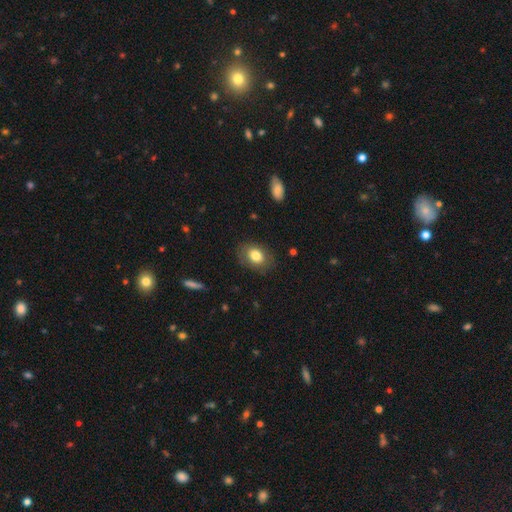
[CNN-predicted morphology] Q: Smooth or featured?
A: smooth (79%); runner-up: featured or disk (12%)
Q: How rounded?
A: in between (71%); runner-up: round (28%)
Q: Merging?
A: none (80%); runner-up: minor disturbance (14%)